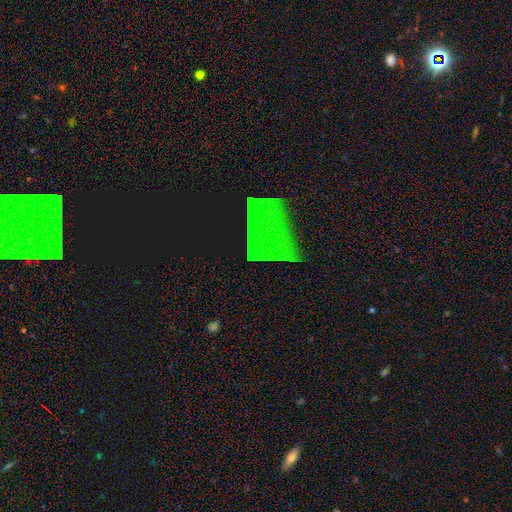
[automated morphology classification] type=star or artifact (65%).